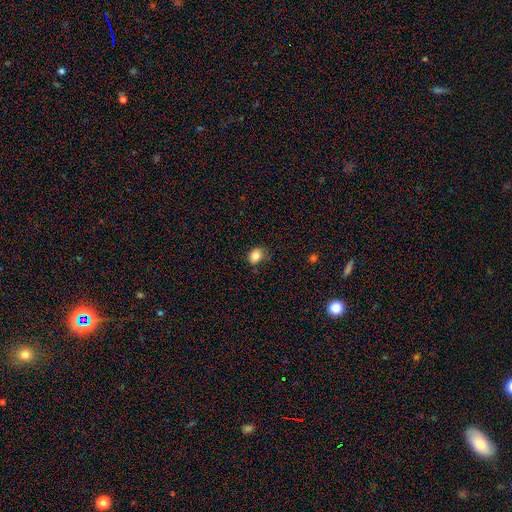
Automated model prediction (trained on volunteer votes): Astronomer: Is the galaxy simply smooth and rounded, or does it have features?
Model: smooth — 84%.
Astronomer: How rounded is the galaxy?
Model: in between — 58% (runner-up: round, 41%).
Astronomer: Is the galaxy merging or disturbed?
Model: none — 67%.